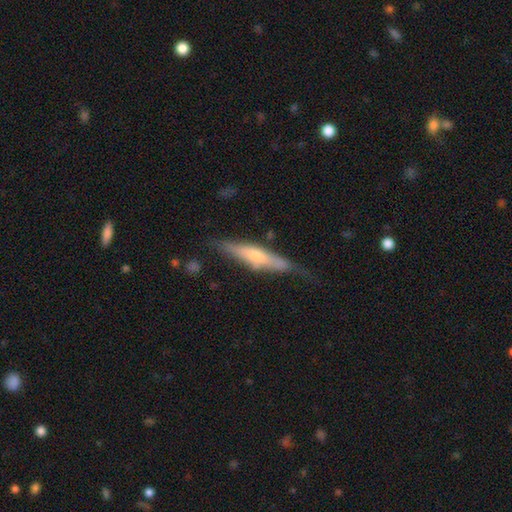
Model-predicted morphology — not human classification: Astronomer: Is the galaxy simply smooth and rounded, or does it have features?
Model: featured or disk — 55% (runner-up: smooth, 39%).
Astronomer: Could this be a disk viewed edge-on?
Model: yes — 89%.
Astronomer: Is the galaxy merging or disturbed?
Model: none — 66%.